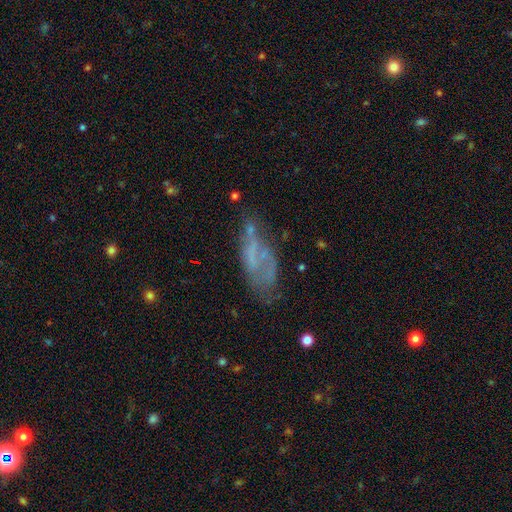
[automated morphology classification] A featured or disk galaxy (53%).

Vote fractions:
- Smooth or featured? featured or disk: 53% / smooth: 34% / star or artifact: 13%
- Edge-on disk? no: 88% / yes: 12%
- Merging? none: 37% / major disturbance: 29% / minor disturbance: 26% / merger: 8%